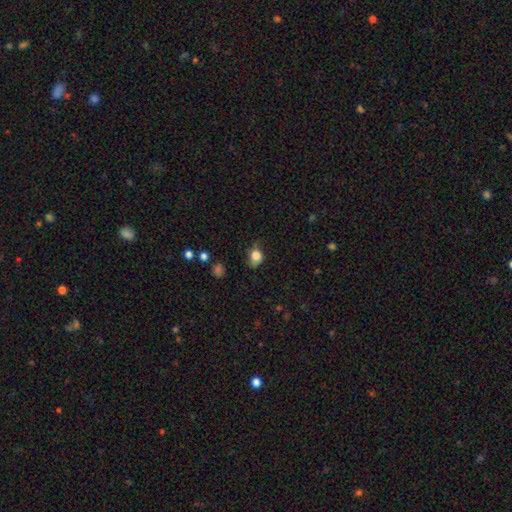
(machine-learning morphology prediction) smooth_or_featured: smooth (p=0.79) [alt: featured or disk p=0.11]
how_rounded: round (p=0.56) [alt: in between p=0.43]
merging: none (p=0.51) [alt: minor disturbance p=0.33]